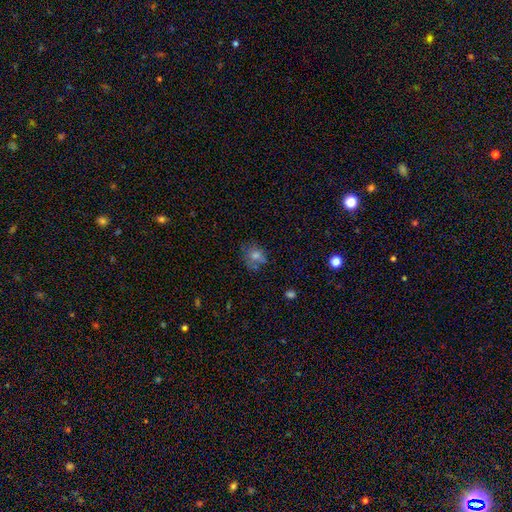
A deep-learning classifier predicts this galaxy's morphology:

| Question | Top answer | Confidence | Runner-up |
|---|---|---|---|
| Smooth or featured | smooth | 61% | star or artifact (20%) |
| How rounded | round | 71% | in between (28%) |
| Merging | none | 63% | minor disturbance (21%) |